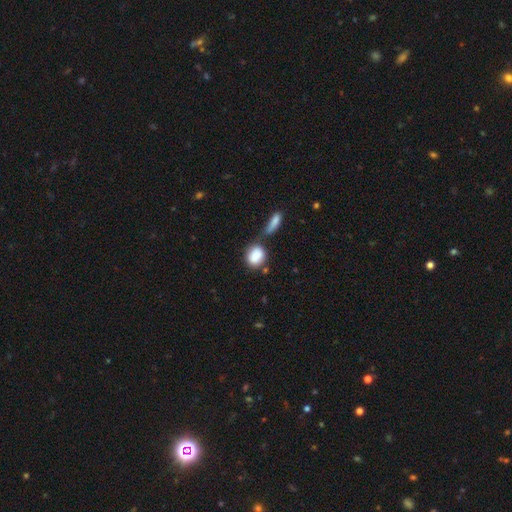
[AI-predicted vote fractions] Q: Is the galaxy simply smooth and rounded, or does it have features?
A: smooth — 85%.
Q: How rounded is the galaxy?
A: round — 50%.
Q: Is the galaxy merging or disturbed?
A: none — 45%.